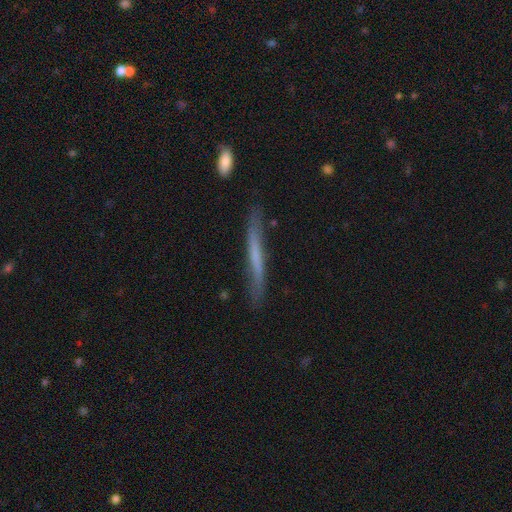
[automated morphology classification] This appears to be a smooth galaxy with no disk features (48%). Merging: none (76%).